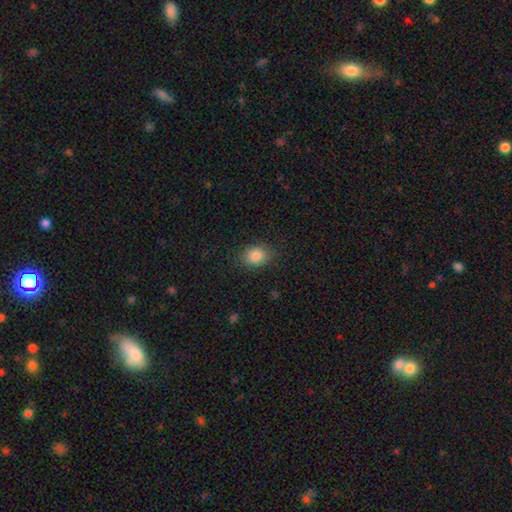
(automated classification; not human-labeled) Smooth or featured: smooth — 86% (star or artifact — 9%)
How rounded: in between — 55% (round — 44%)
Merging: none — 85% (minor disturbance — 11%)